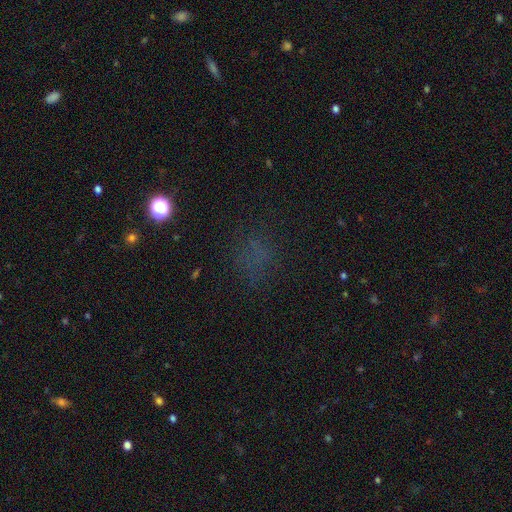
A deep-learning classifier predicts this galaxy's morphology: The model was most divided on "smooth or featured": smooth: 48%, star or artifact: 40%, featured or disk: 12%. More confident: merging — none (73%).